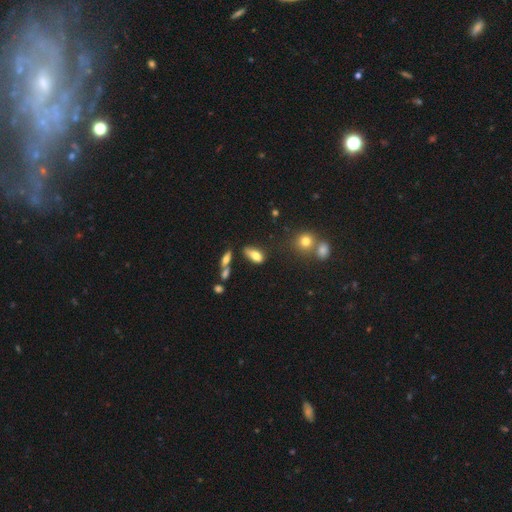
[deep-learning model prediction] The model was most divided on "merging": none: 48%, minor disturbance: 24%, merger: 17%, major disturbance: 11%. More confident: how rounded — in between (82%); smooth or featured — smooth (76%).